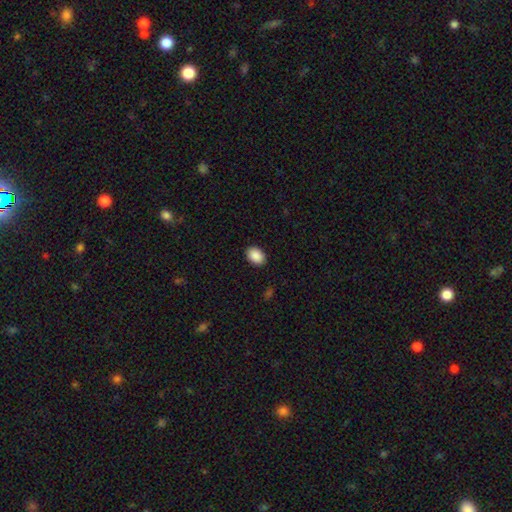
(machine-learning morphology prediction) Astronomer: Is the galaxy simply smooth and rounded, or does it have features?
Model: smooth — 90%.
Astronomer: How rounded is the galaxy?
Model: in between — 79%.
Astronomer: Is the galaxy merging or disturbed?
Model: none — 90%.